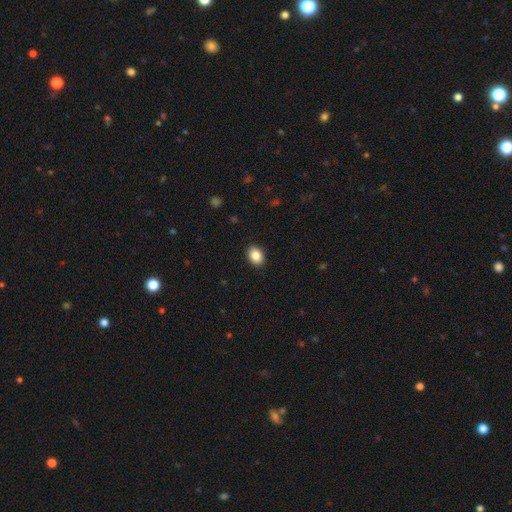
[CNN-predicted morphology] The model was most divided on "how rounded": in between: 73%, round: 26%, cigar-shaped: 1%. More confident: merging — none (90%); smooth or featured — smooth (88%).